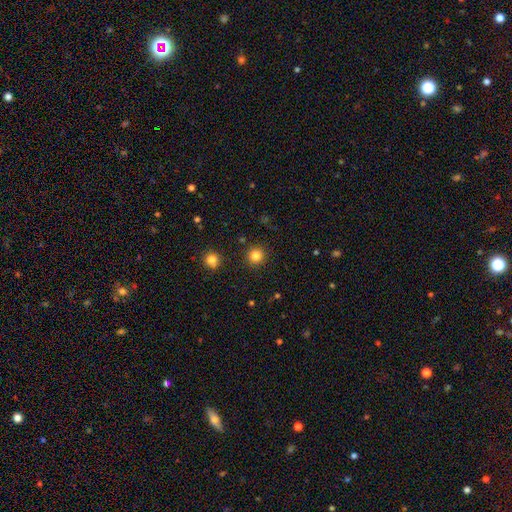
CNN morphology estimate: smooth-or-featured: smooth: 83% | star or artifact: 13% | featured or disk: 5%
  how-rounded: round: 94% | in between: 5% | cigar-shaped: 1%
  merging: none: 90% | minor disturbance: 6% | major disturbance: 2% | merger: 2%